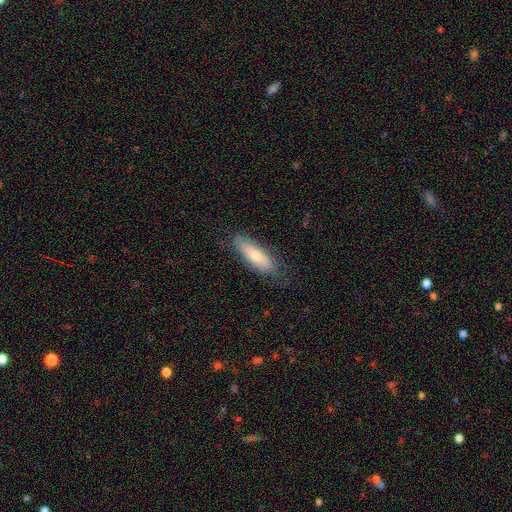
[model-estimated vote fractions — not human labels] A smooth galaxy with no disk features (71%) that is in between round and cigar-shaped (51%). Merging: none (75%).